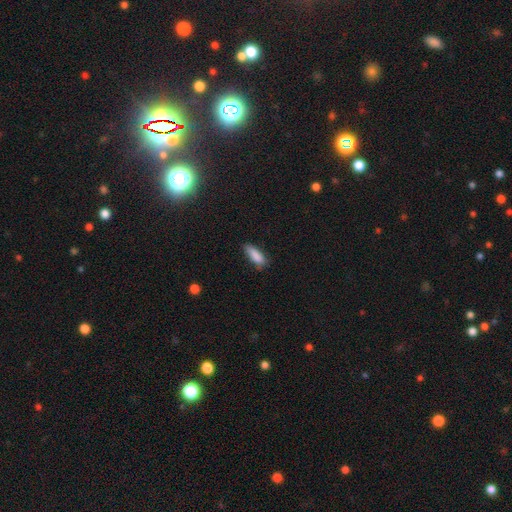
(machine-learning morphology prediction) smooth 87%, star or artifact 7%, featured or disk 6%. Down the decision tree: how rounded — in between (59%); merging — none (66%).